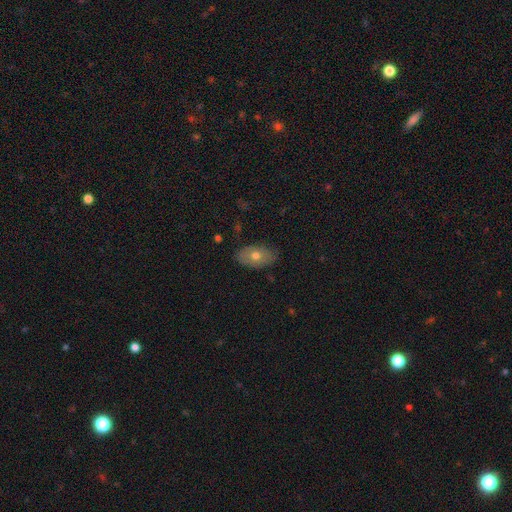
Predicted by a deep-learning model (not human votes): Smooth or featured? smooth (61%)
How rounded? in between (89%)
Merging? none (82%)